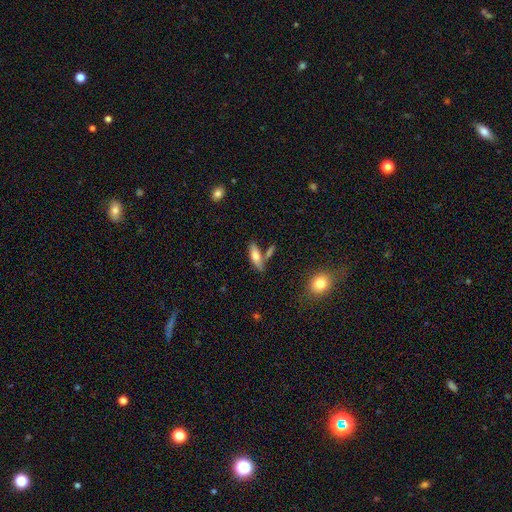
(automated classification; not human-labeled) Smooth or featured? Predicted: smooth (p=0.69). How rounded? Predicted: in between (p=0.58). Merging? Predicted: none (p=0.62).